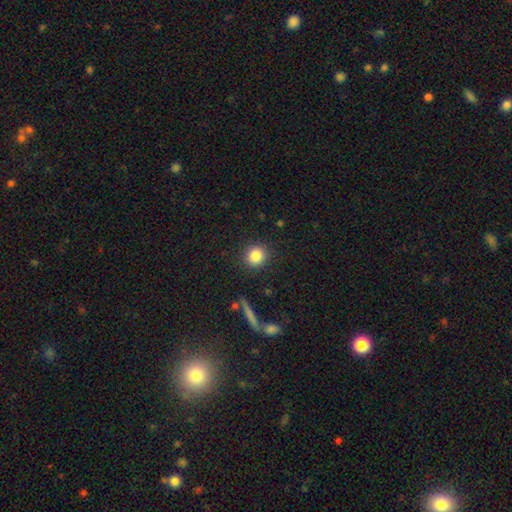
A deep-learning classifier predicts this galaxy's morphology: Smooth or featured?
  - smooth: 84% *
  - star or artifact: 10%
  - featured or disk: 6%
How rounded?
  - round: 89% *
  - in between: 10%
  - cigar-shaped: 1%
Merging?
  - none: 89% *
  - minor disturbance: 7%
  - major disturbance: 2%
  - merger: 2%